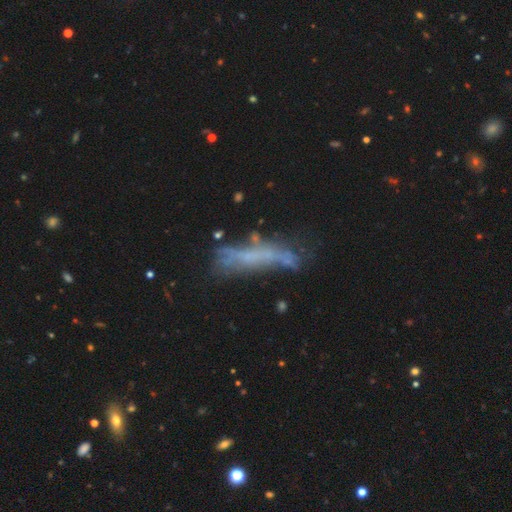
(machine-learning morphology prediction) A featured or disk galaxy (48%).

Vote fractions:
- Smooth or featured? featured or disk: 48% / smooth: 38% / star or artifact: 15%
- Merging? none: 46% / minor disturbance: 25% / major disturbance: 20% / merger: 9%